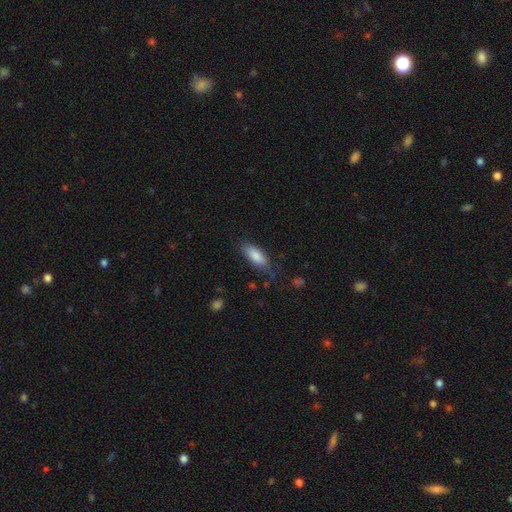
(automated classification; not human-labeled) The model was most divided on "how rounded": in between: 73%, cigar-shaped: 25%, round: 2%. More confident: smooth or featured — smooth (83%); merging — none (75%).